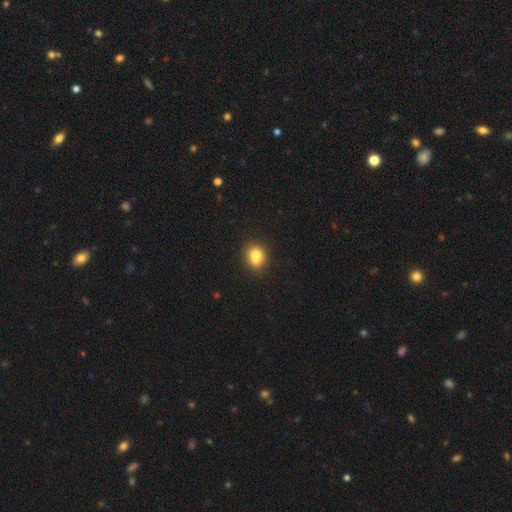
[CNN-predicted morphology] smooth 76%, featured or disk 14%, star or artifact 11%. Down the decision tree: how rounded — round (66%); merging — none (57%).